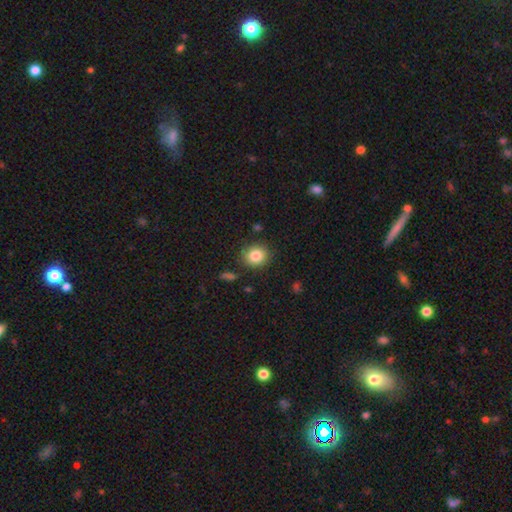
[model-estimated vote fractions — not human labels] smooth 83%, star or artifact 10%, featured or disk 7%. Down the decision tree: how rounded — round (80%); merging — none (86%).